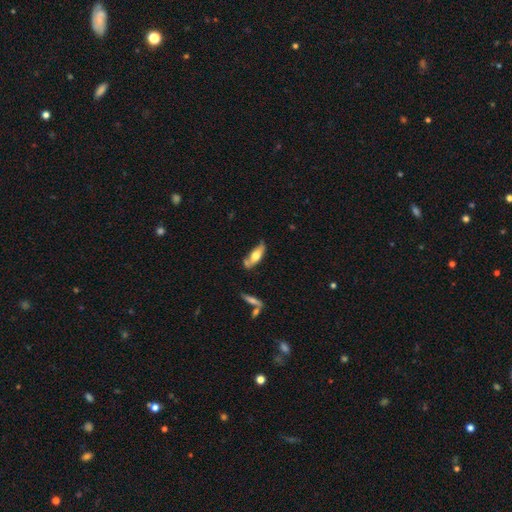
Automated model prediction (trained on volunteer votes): A smooth galaxy with no disk features (54%) that is in between round and cigar-shaped (63%).

Vote fractions:
- Smooth or featured? smooth: 54% / featured or disk: 40% / star or artifact: 6%
- How rounded? in between: 63% / cigar-shaped: 34% / round: 3%
- Merging? none: 54% / minor disturbance: 25% / merger: 14% / major disturbance: 7%